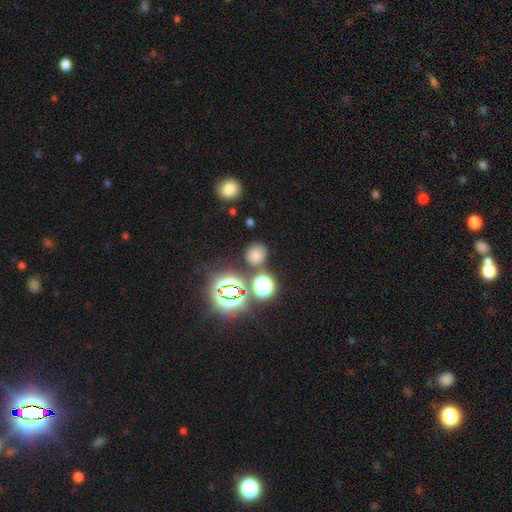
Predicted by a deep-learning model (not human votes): A smooth galaxy with no disk features (67%) that is round (84%).

Vote fractions:
- Smooth or featured? smooth: 67% / star or artifact: 25% / featured or disk: 8%
- How rounded? round: 84% / in between: 15% / cigar-shaped: 1%
- Merging? none: 77% / minor disturbance: 12% / merger: 7% / major disturbance: 4%